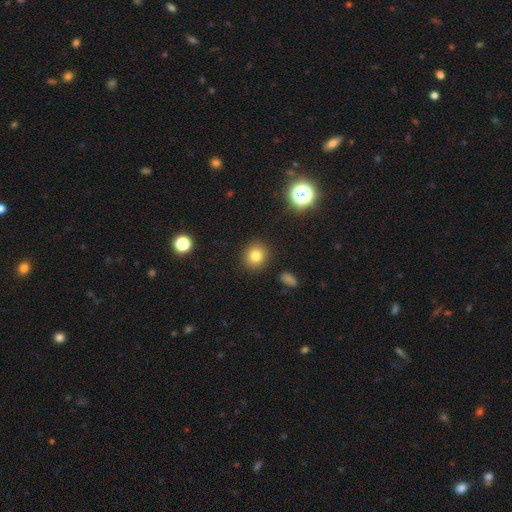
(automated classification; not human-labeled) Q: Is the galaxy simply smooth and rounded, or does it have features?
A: smooth — 80%.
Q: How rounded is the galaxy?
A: round — 86%.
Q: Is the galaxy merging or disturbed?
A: none — 90%.